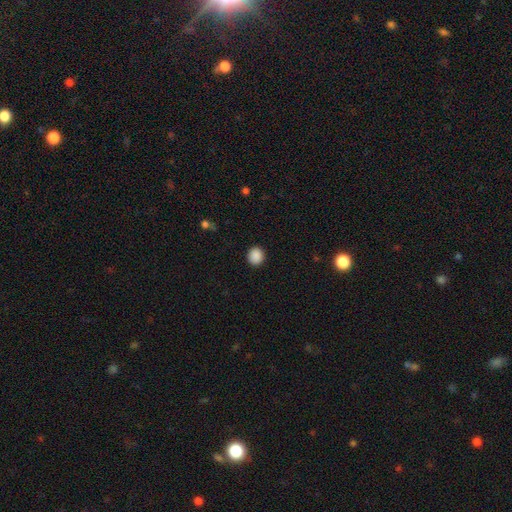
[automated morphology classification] smooth-or-featured: smooth: 89% | star or artifact: 9% | featured or disk: 2%
  how-rounded: round: 81% | in between: 19% | cigar-shaped: 1%
  merging: none: 91% | minor disturbance: 6% | major disturbance: 2% | merger: 1%